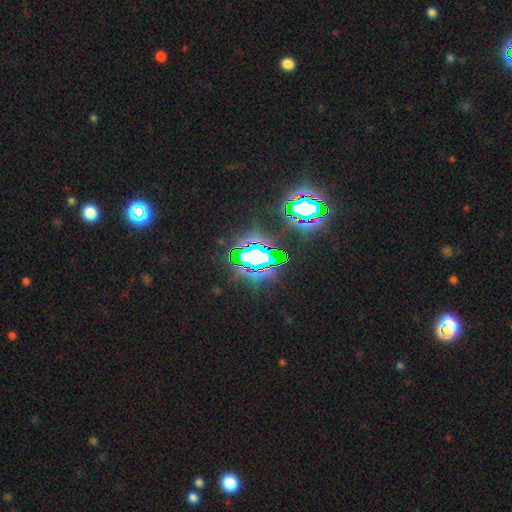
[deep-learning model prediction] Q: Smooth or featured?
A: star or artifact (71%); runner-up: smooth (15%)